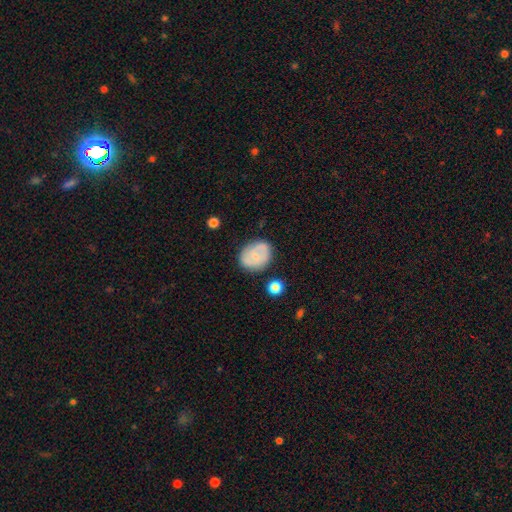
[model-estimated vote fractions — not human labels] This appears to be a smooth galaxy with no disk features (51%) that is round (53%). Merging: none (76%).